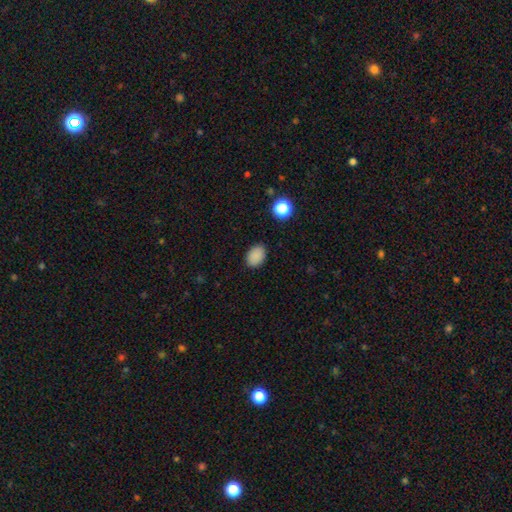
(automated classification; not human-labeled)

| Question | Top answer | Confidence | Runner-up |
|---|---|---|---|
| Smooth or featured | smooth | 86% | star or artifact (11%) |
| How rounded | in between | 79% | round (20%) |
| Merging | none | 86% | minor disturbance (10%) |